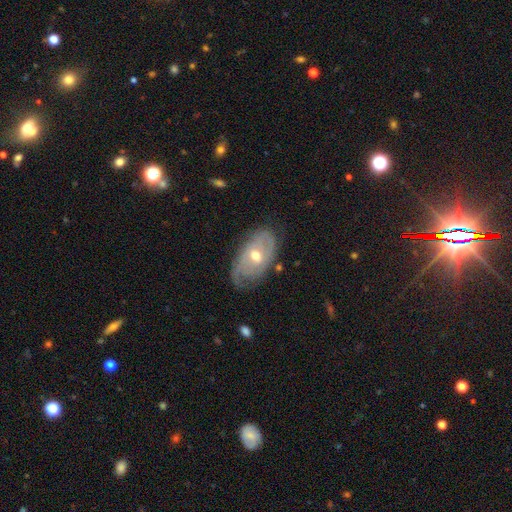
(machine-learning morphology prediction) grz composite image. It shows a featured or disk galaxy (72%) with no bar (62%), 2 (39%) tight (54%) spiral arms (79%) and a moderate central bulge (67%). Merging: none (64%).